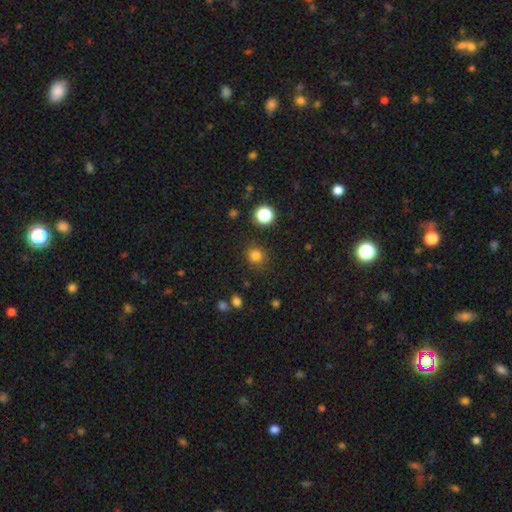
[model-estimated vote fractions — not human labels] Morphology: type=smooth (80%); roundness=round (88%); merging=none (86%).